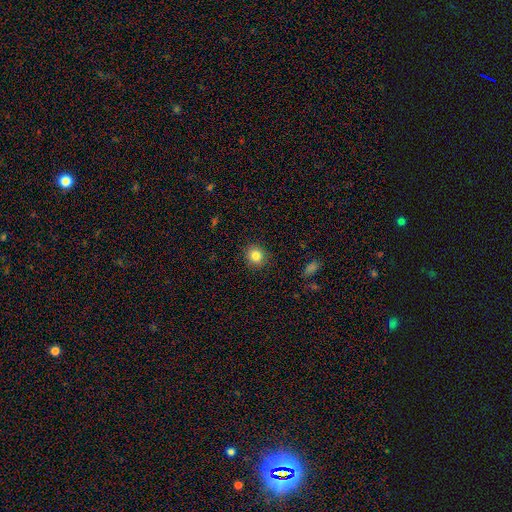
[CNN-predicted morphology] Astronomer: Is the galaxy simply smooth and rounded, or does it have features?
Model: smooth — 83%.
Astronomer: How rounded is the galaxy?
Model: round — 87%.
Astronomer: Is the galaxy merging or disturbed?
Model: none — 90%.